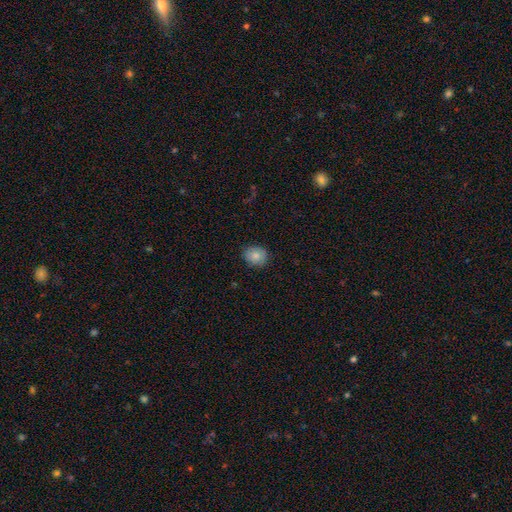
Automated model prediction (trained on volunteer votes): A smooth galaxy with no disk features (82%) that is round (69%).

Vote fractions:
- Smooth or featured? smooth: 82% / featured or disk: 10% / star or artifact: 9%
- How rounded? round: 69% / in between: 30% / cigar-shaped: 1%
- Merging? none: 83% / minor disturbance: 13% / major disturbance: 3% / merger: 1%